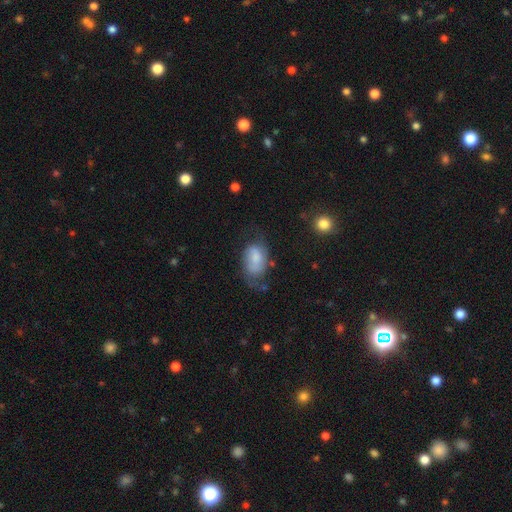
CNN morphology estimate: Q: Smooth or featured?
A: smooth (48%); runner-up: featured or disk (42%)
Q: Merging?
A: none (45%); runner-up: minor disturbance (30%)